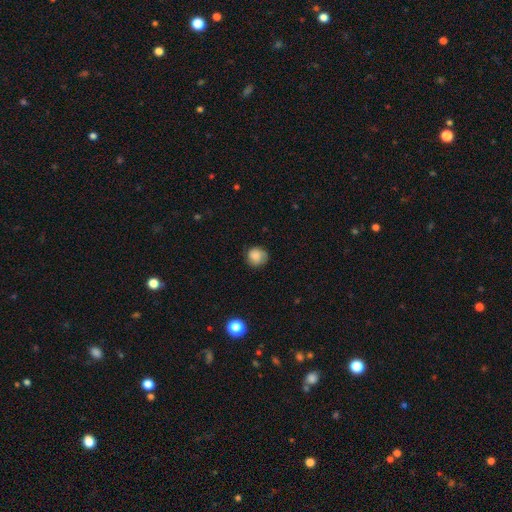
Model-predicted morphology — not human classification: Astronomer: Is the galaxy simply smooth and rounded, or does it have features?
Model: smooth — 80%.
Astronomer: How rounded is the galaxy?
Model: round — 85%.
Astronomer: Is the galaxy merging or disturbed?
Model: none — 70%.